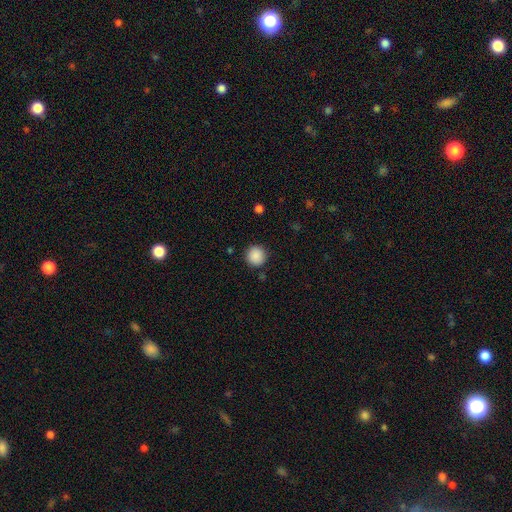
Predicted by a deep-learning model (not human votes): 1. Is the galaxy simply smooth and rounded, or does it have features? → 89% smooth, 9% star or artifact, 3% featured or disk.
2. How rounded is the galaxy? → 94% round, 5% in between, 1% cigar-shaped.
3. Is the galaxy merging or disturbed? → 90% none, 7% minor disturbance, 2% major disturbance, 1% merger.